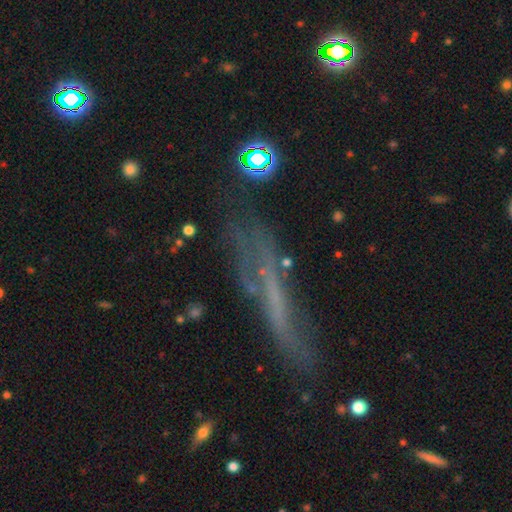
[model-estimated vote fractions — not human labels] A featured or disk galaxy (54%) viewed edge-on (60%).

Vote fractions:
- Smooth or featured? featured or disk: 54% / smooth: 32% / star or artifact: 14%
- Edge-on disk? yes: 60% / no: 40%
- Merging? none: 59% / minor disturbance: 23% / major disturbance: 14% / merger: 4%